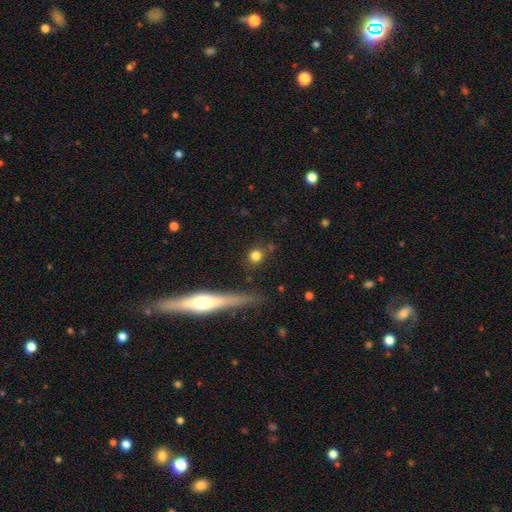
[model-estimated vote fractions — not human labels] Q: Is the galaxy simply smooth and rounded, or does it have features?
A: smooth — 79%.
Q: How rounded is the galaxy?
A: round — 83%.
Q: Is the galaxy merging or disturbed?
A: none — 83%.